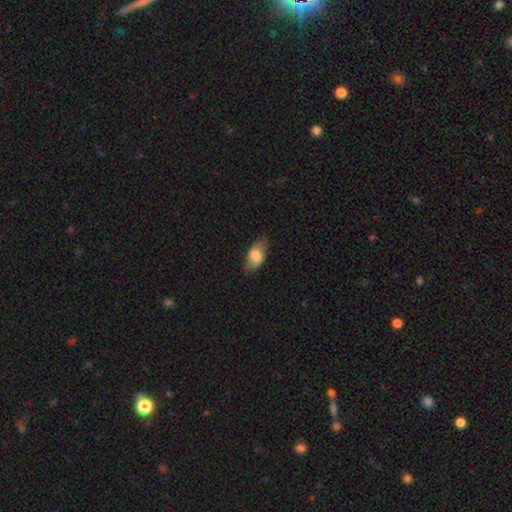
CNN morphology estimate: Smooth or featured? smooth (70%)
How rounded? in between (85%)
Merging? none (74%)